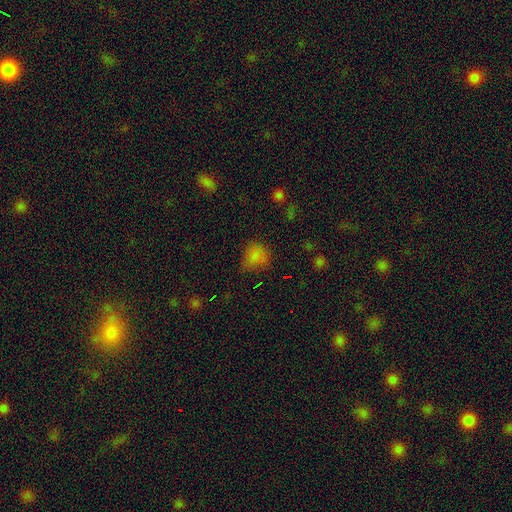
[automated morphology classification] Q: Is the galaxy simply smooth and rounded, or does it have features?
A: smooth — 73%.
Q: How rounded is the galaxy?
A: round — 71%.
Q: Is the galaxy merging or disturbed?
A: none — 57%.